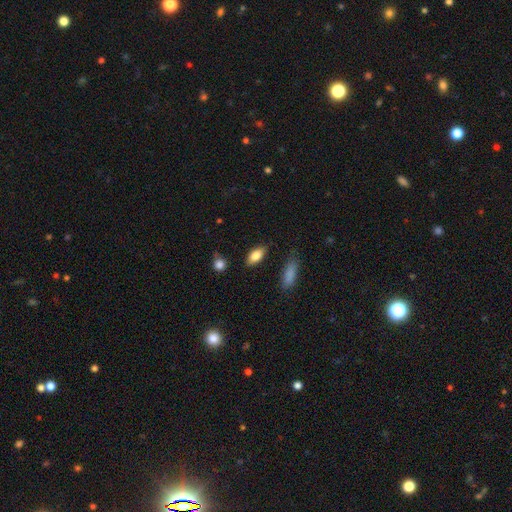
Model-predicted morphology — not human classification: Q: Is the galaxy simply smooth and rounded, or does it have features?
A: smooth — 81%.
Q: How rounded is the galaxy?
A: in between — 86%.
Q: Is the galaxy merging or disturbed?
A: none — 83%.